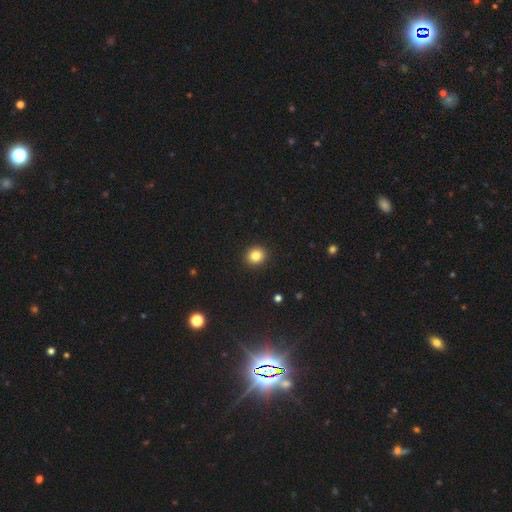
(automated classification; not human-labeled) This is clearly a smooth galaxy (84%). How rounded: clearly round (81%). Merging: clearly none (92%).